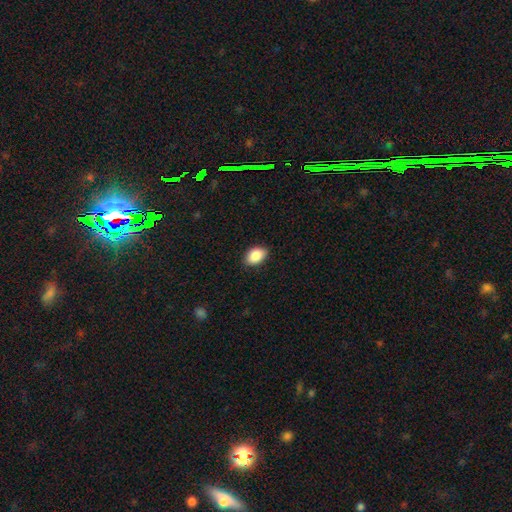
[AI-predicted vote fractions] Smooth or featured? smooth (88%)
How rounded? in between (88%)
Merging? none (87%)